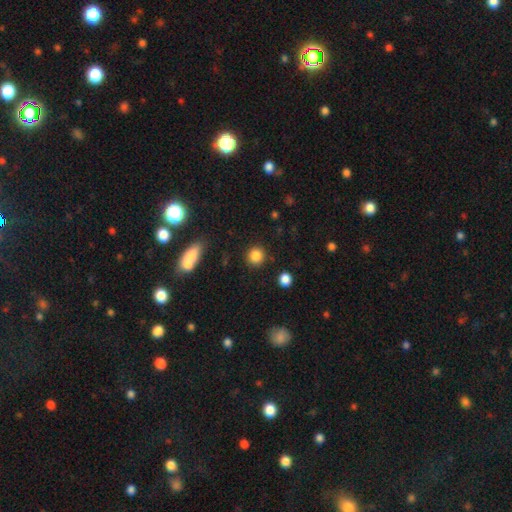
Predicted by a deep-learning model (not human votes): Overall: smooth (85%). How rounded: round (89%). Merging: none (87%).